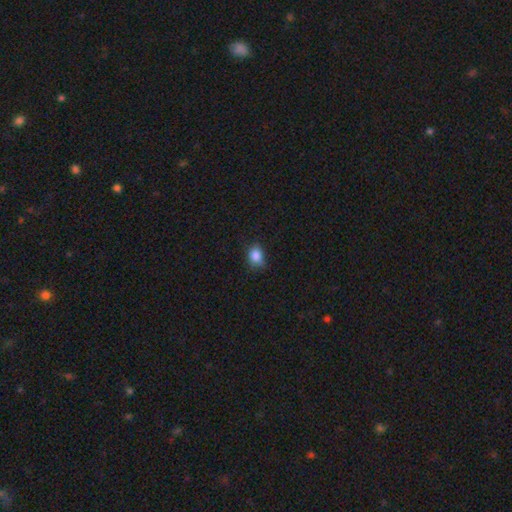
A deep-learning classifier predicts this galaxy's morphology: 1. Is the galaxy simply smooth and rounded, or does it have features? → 86% smooth, 10% star or artifact, 4% featured or disk.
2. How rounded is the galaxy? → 63% in between, 36% round, 1% cigar-shaped.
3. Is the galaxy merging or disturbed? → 69% none, 25% minor disturbance, 5% major disturbance, 1% merger.